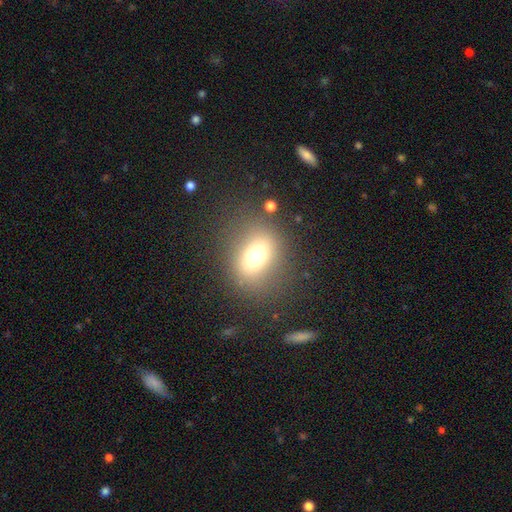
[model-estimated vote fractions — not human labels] Morphology: type=smooth (68%); roundness=in between (59%); merging=none (77%).